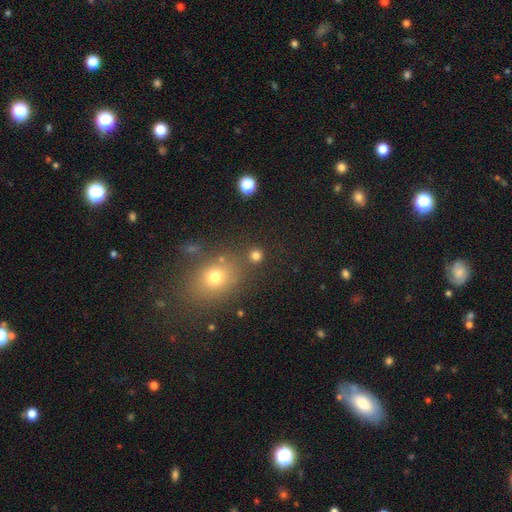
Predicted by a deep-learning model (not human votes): Q: Smooth or featured?
A: smooth (78%); runner-up: star or artifact (17%)
Q: How rounded?
A: round (90%); runner-up: in between (9%)
Q: Merging?
A: none (81%); runner-up: merger (8%)